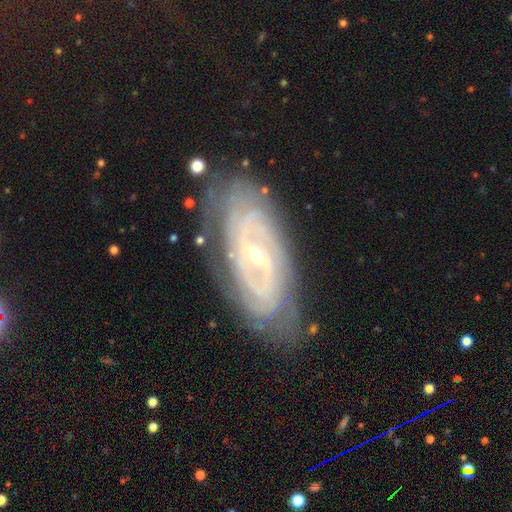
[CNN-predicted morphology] Q: Smooth or featured?
A: featured or disk (88%); runner-up: star or artifact (6%)
Q: Edge-on disk?
A: no (93%); runner-up: yes (7%)
Q: Bar?
A: weak (41%); runner-up: no (33%)
Q: Spiral arms?
A: yes (97%); runner-up: no (3%)
Q: Spiral winding?
A: tight (73%); runner-up: medium (22%)
Q: Spiral arm count?
A: 2 (33%); runner-up: can't tell (29%)
Q: Bulge size?
A: small (74%); runner-up: moderate (23%)
Q: Merging?
A: none (78%); runner-up: minor disturbance (16%)